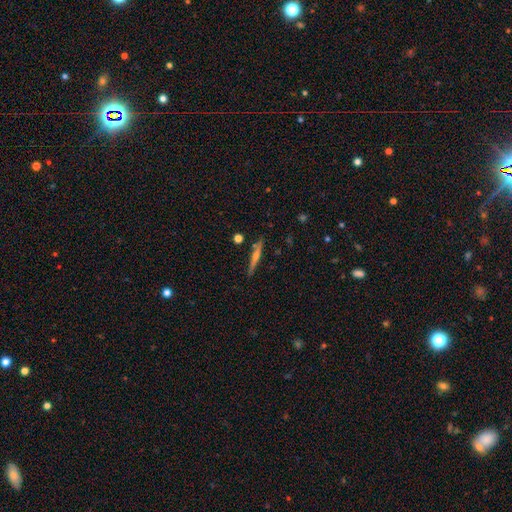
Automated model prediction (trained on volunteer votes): The model was most divided on "smooth or featured": featured or disk: 65%, smooth: 28%, star or artifact: 7%. More confident: edge-on disk — yes (97%); merging — none (88%); edge-on bulge — rounded (74%).